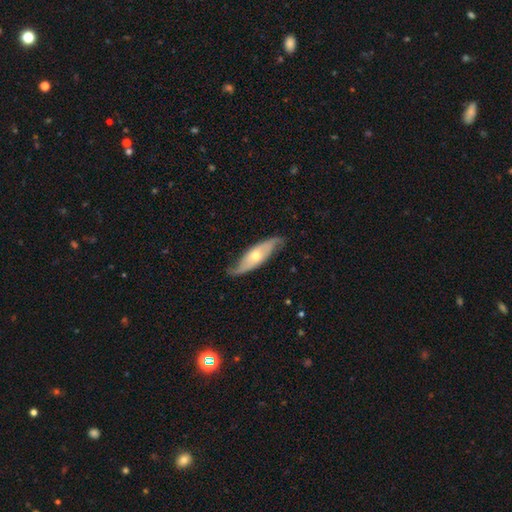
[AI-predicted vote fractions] Smooth or featured? Predicted: featured or disk (p=0.72). Edge-on disk? Predicted: no (p=0.77). Bar? Predicted: no (p=0.74). Spiral arms? Predicted: yes (p=0.88). Bulge size? Predicted: moderate (p=0.57). Merging? Predicted: none (p=0.73).